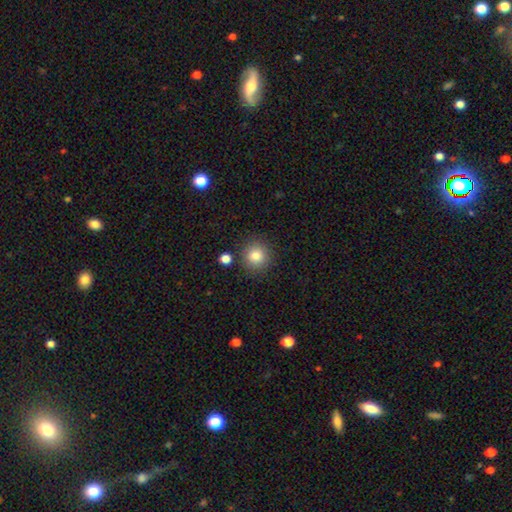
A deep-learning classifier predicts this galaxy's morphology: smooth-or-featured: smooth: 83% | star or artifact: 10% | featured or disk: 6%
  how-rounded: round: 91% | in between: 8% | cigar-shaped: 1%
  merging: none: 85% | minor disturbance: 8% | merger: 4% | major disturbance: 3%